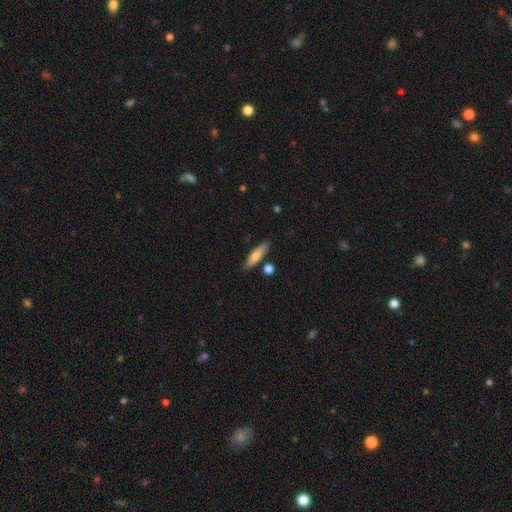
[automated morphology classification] type=smooth (71%); roundness=cigar-shaped (69%); merging=none (82%).